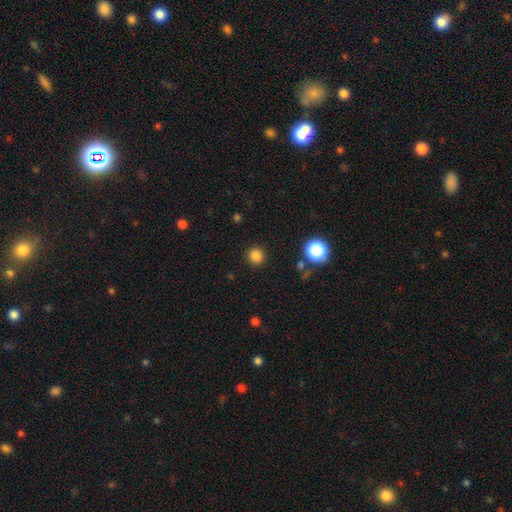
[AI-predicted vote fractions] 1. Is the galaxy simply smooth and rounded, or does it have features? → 83% smooth, 14% star or artifact, 4% featured or disk.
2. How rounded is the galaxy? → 94% round, 5% in between, 1% cigar-shaped.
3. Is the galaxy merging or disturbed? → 91% none, 6% minor disturbance, 2% major disturbance, 1% merger.